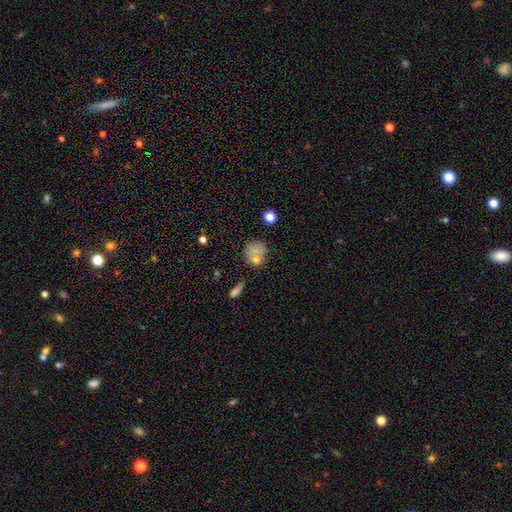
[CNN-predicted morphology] Smooth or featured? smooth (72%)
How rounded? round (82%)
Merging? none (54%)